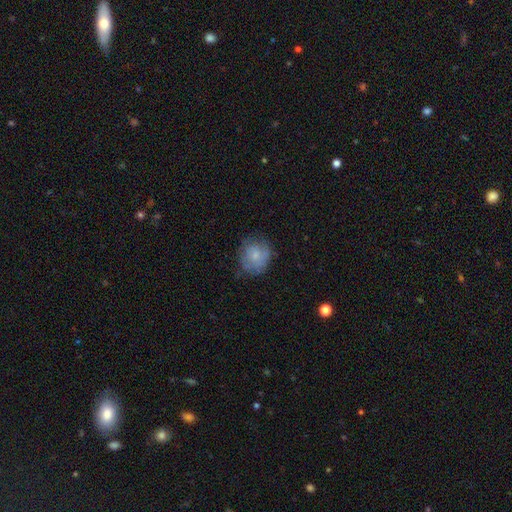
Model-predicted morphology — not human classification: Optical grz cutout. It shows a smooth galaxy with no disk features (66%) that is round (78%). Merging: none (67%).